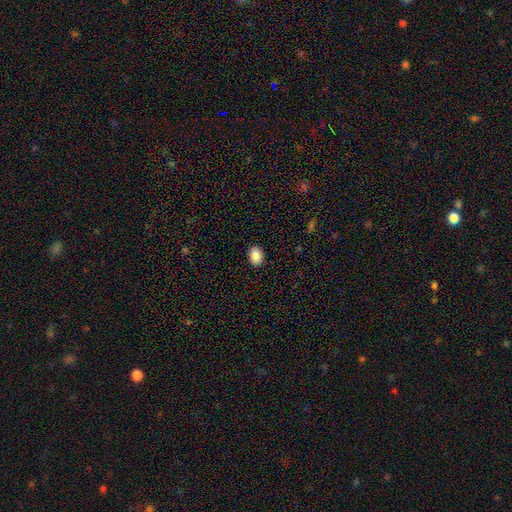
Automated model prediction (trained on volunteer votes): A smooth galaxy with no disk features (89%) that is in between round and cigar-shaped (74%). Merging: none (89%).